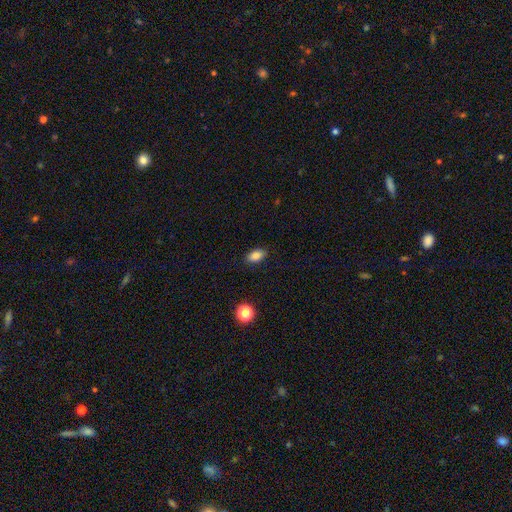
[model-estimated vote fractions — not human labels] Morphology: type=smooth (85%); roundness=in between (89%); merging=none (88%).